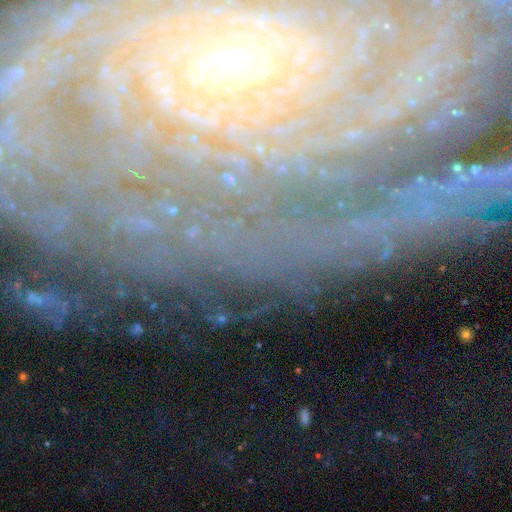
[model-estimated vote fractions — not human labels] A featured or disk galaxy (72%) with no bar (55%), tight (83%) spiral arms (89%) and a small central bulge (62%). Merging: none (77%).